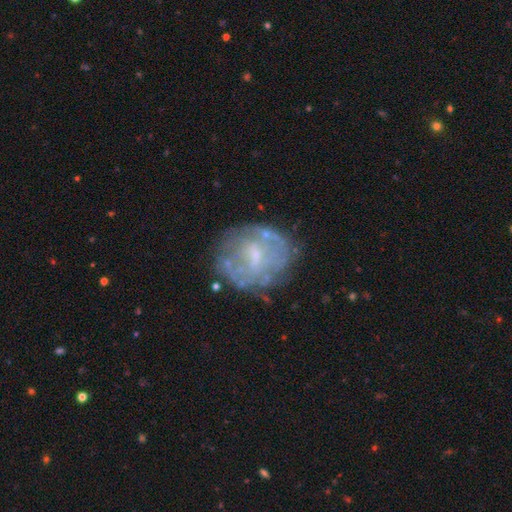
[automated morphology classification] Smooth or featured? Predicted: featured or disk (p=0.64). Edge-on disk? Predicted: no (p=0.97). Bar? Predicted: no (p=0.45). Spiral arms? Predicted: no (p=0.61). Bulge size? Predicted: small (p=0.53). Merging? Predicted: none (p=0.68).